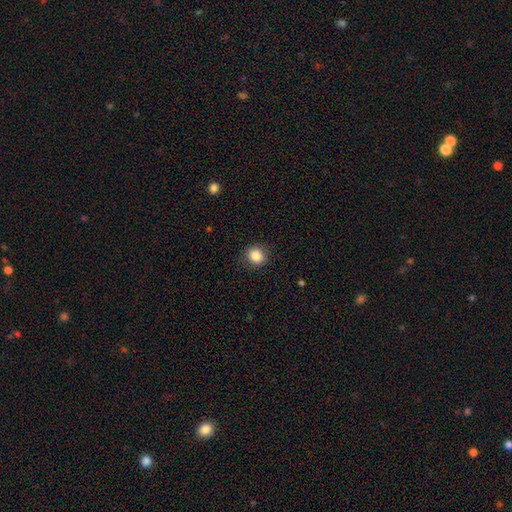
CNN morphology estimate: Q: Smooth or featured?
A: smooth (86%); runner-up: star or artifact (10%)
Q: How rounded?
A: round (80%); runner-up: in between (19%)
Q: Merging?
A: none (88%); runner-up: minor disturbance (9%)